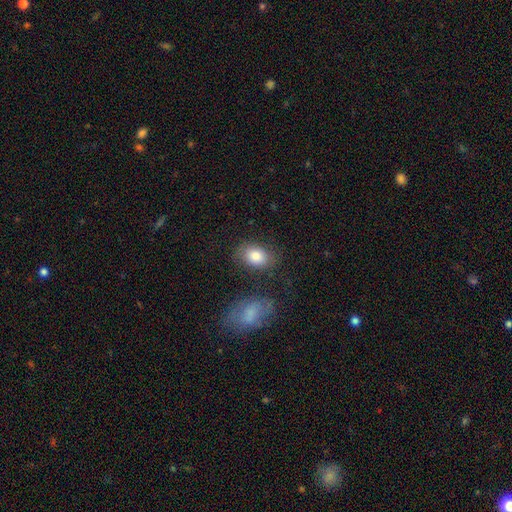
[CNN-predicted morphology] Smooth or featured? Predicted: smooth (p=0.82). How rounded? Predicted: in between (p=0.78). Merging? Predicted: none (p=0.75).